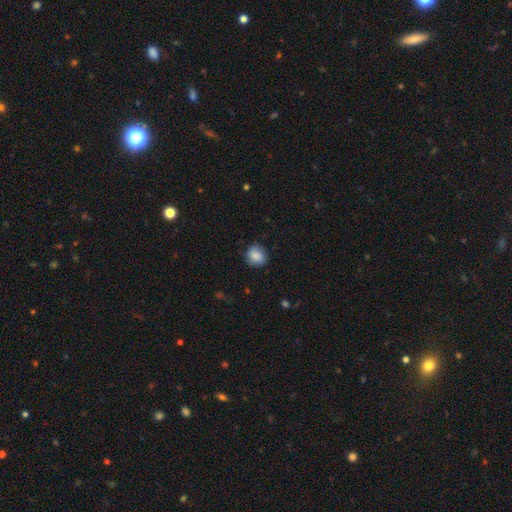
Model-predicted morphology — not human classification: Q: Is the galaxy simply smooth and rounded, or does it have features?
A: smooth — 84%.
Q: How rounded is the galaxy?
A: round — 83%.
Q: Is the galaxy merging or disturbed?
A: none — 82%.